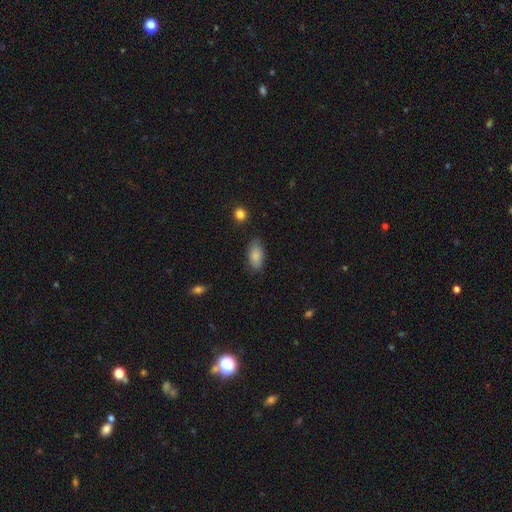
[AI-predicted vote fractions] smooth_or_featured: smooth (p=0.85) [alt: featured or disk p=0.08]
how_rounded: in between (p=0.92) [alt: cigar-shaped p=0.05]
merging: none (p=0.78) [alt: minor disturbance p=0.17]